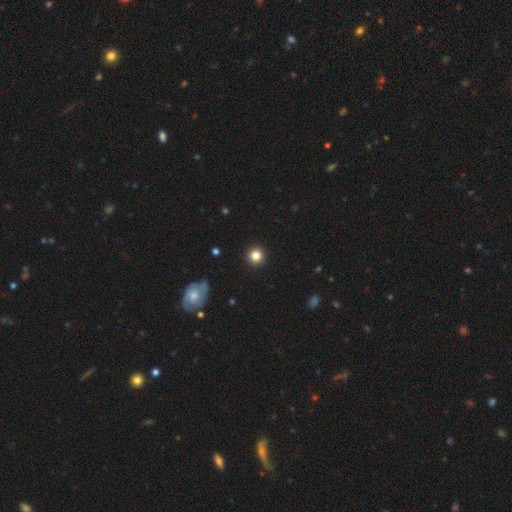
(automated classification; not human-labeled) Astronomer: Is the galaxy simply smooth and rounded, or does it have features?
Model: smooth — 82%.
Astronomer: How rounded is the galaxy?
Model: round — 95%.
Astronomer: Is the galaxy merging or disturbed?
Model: none — 92%.